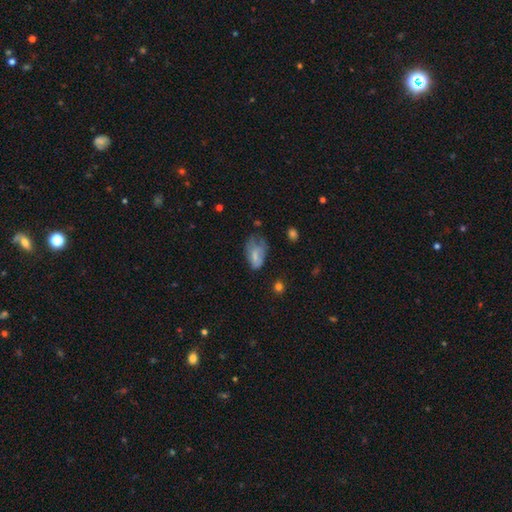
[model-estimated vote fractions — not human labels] Q: Smooth or featured?
A: smooth (59%); runner-up: featured or disk (31%)
Q: How rounded?
A: in between (89%); runner-up: round (8%)
Q: Merging?
A: major disturbance (37%); runner-up: minor disturbance (33%)